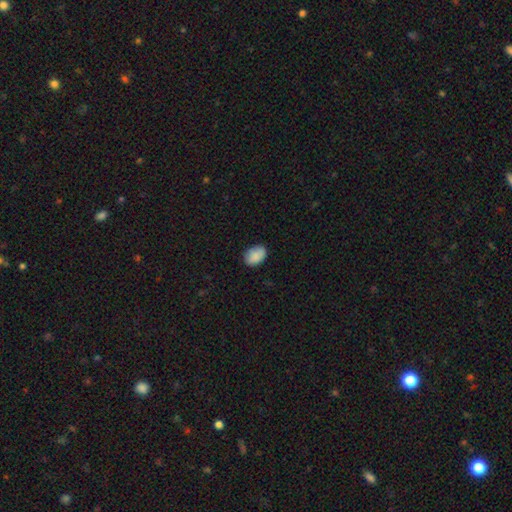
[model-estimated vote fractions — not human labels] smooth 88%, star or artifact 7%, featured or disk 5%. Down the decision tree: how rounded — in between (80%); merging — none (81%).